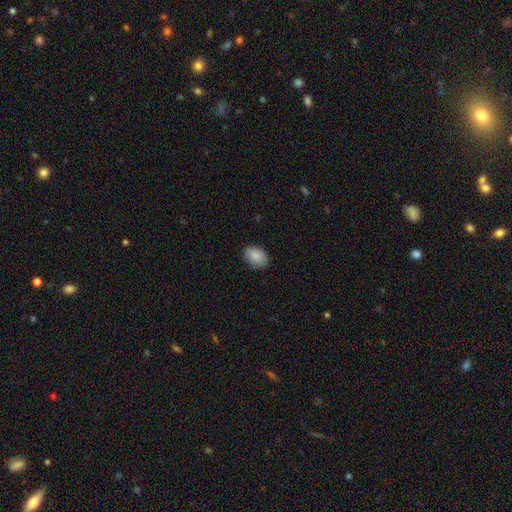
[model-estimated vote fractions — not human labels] A smooth galaxy with no disk features (89%) that is in between round and cigar-shaped (82%).

Vote fractions:
- Smooth or featured? smooth: 89% / star or artifact: 7% / featured or disk: 4%
- How rounded? in between: 82% / round: 17% / cigar-shaped: 1%
- Merging? none: 85% / minor disturbance: 12% / major disturbance: 2% / merger: 1%